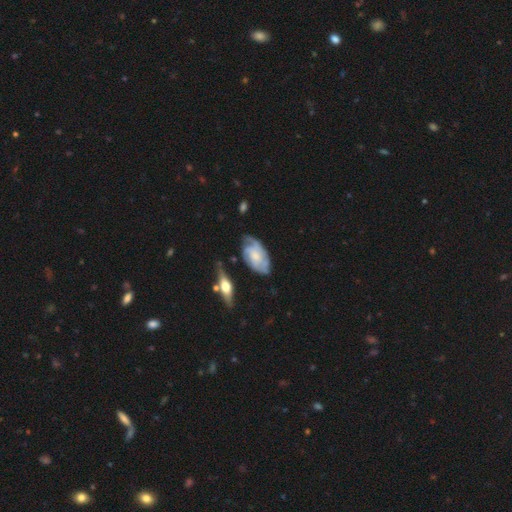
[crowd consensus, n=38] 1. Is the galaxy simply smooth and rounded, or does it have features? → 76% featured or disk, 21% smooth, 3% star or artifact.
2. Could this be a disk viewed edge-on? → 93% no, 7% yes.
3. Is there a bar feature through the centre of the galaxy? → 74% no, 26% weak, 0% strong.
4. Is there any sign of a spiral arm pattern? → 81% yes, 19% no.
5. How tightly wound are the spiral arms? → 45% medium, 32% tight, 23% loose.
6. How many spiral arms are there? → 32% 3 (tied), 32% can't tell (tied), 23% 4, 14% 2, 0% 1, 0% more than 4.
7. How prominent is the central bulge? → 44% moderate, 30% small, 26% none, 0% dominant, 0% large.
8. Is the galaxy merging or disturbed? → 49% none, 30% minor disturbance, 19% major disturbance, 3% merger.